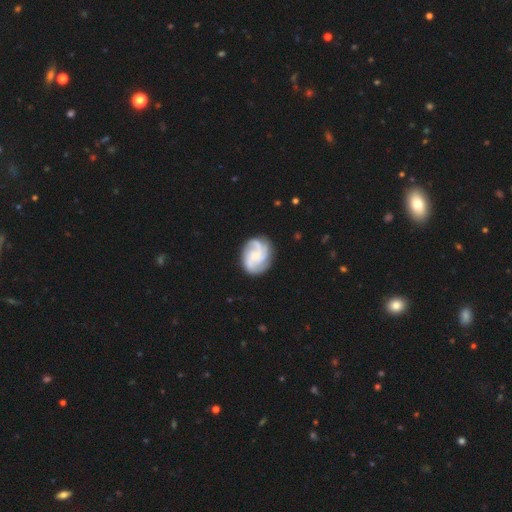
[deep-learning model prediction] smooth-or-featured: featured or disk: 80% | smooth: 14% | star or artifact: 6%
  disk-edge-on: no: 98% | yes: 2%
    bar: no: 61% | weak: 32% | strong: 6%
    has-spiral-arms: yes: 97% | no: 3%
      spiral-winding: medium: 46% | tight: 35% | loose: 19%
      spiral-arm-count: 3: 52% | 2: 14% | 4: 13% | can't tell: 12% | 1: 5% | more than 4: 4%
    bulge-size: small: 46% | moderate: 24% | none: 23% | large: 5% | dominant: 2%
  merging: none: 75% | minor disturbance: 16% | major disturbance: 7% | merger: 2%